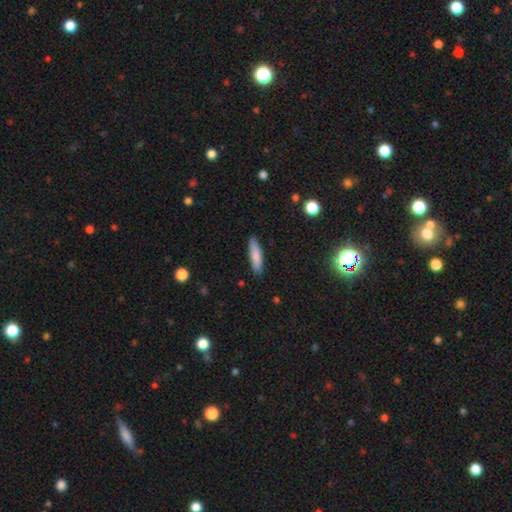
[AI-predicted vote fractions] Smooth or featured?
  - smooth: 81% *
  - featured or disk: 13%
  - star or artifact: 6%
How rounded?
  - cigar-shaped: 74% *
  - in between: 25%
  - round: 2%
Merging?
  - none: 87% *
  - minor disturbance: 10%
  - major disturbance: 2%
  - merger: 1%